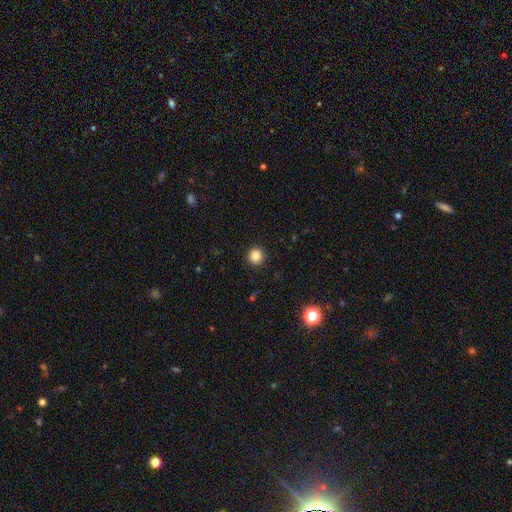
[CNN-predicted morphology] Smooth or featured?
  - smooth: 86% *
  - star or artifact: 11%
  - featured or disk: 3%
How rounded?
  - round: 94% *
  - in between: 5%
  - cigar-shaped: 1%
Merging?
  - none: 92% *
  - minor disturbance: 5%
  - major disturbance: 2%
  - merger: 1%